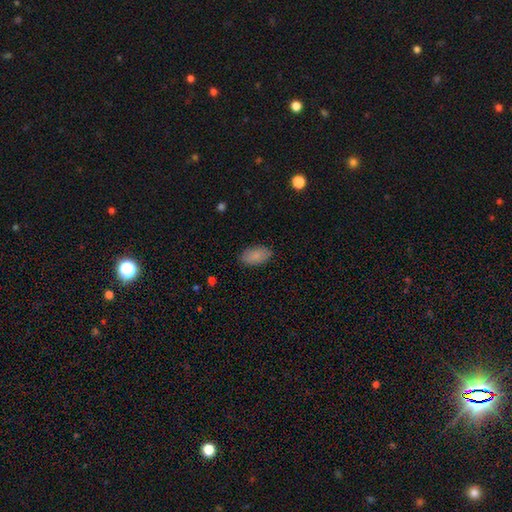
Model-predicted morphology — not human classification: A smooth galaxy with no disk features (87%) that is in between round and cigar-shaped (94%). Merging: none (85%).